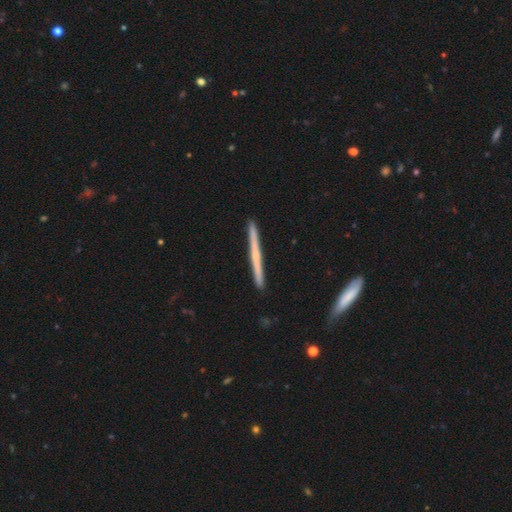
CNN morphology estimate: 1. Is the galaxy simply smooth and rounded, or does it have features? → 57% featured or disk, 37% smooth, 5% star or artifact.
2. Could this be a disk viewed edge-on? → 98% yes, 2% no.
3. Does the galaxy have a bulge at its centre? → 66% none, 29% rounded, 5% boxy.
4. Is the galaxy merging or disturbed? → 91% none, 6% minor disturbance, 1% merger, 1% major disturbance.